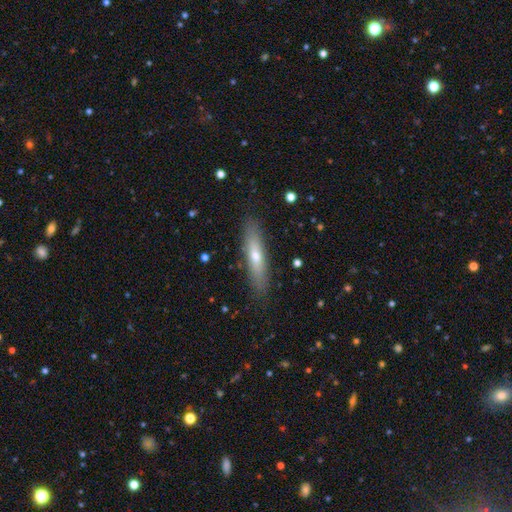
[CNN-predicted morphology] smooth-or-featured: smooth: 52% | featured or disk: 41% | star or artifact: 7%
  how-rounded: cigar-shaped: 81% | in between: 17% | round: 2%
  merging: none: 87% | minor disturbance: 10% | major disturbance: 2% | merger: 1%